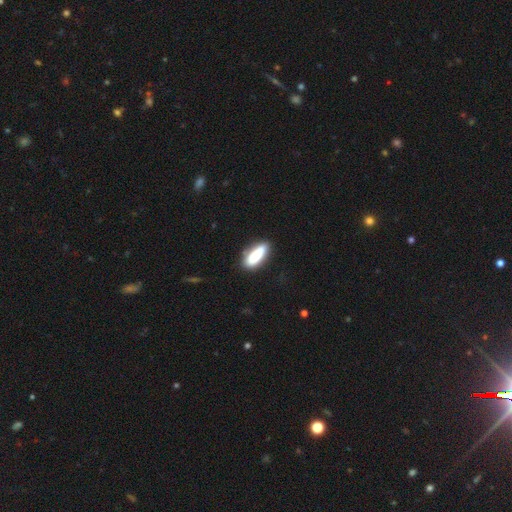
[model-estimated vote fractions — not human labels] The model was most divided on "how rounded": in between: 60%, cigar-shaped: 38%, round: 2%. More confident: smooth or featured — smooth (84%); merging — none (79%).